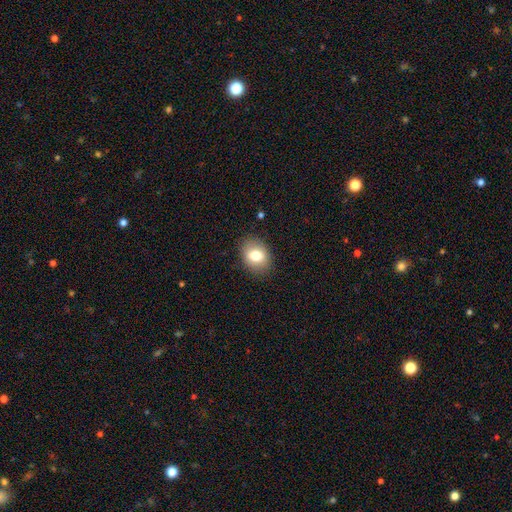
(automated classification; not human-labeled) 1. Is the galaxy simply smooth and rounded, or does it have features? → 77% smooth, 14% featured or disk, 9% star or artifact.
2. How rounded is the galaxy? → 62% in between, 37% round, 1% cigar-shaped.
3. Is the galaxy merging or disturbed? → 86% none, 10% minor disturbance, 3% major disturbance, 1% merger.